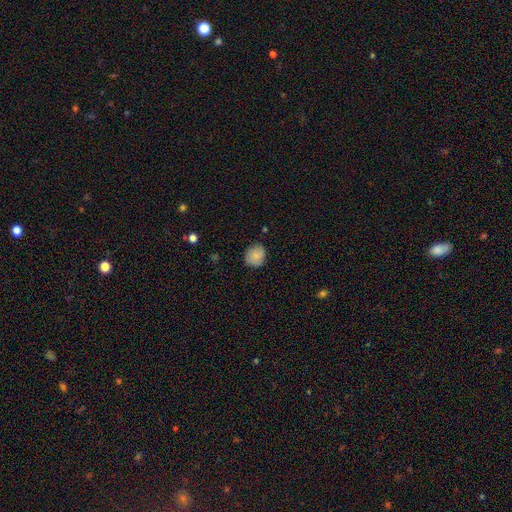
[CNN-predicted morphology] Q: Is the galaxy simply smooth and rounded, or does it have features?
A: smooth — 83%.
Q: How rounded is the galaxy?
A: round — 75%.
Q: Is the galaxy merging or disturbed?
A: none — 80%.